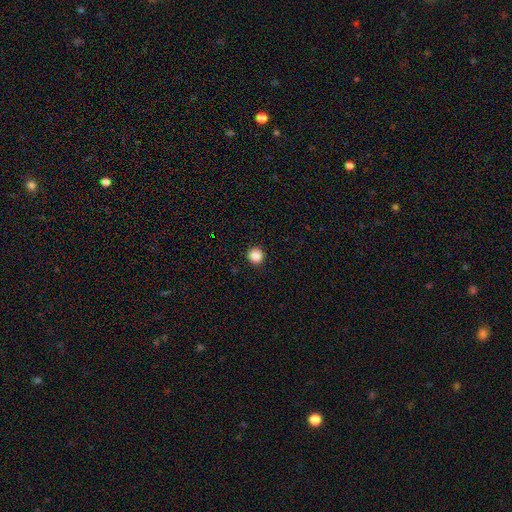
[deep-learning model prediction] Smooth or featured? Predicted: smooth (p=0.87). How rounded? Predicted: round (p=0.96). Merging? Predicted: none (p=0.93).